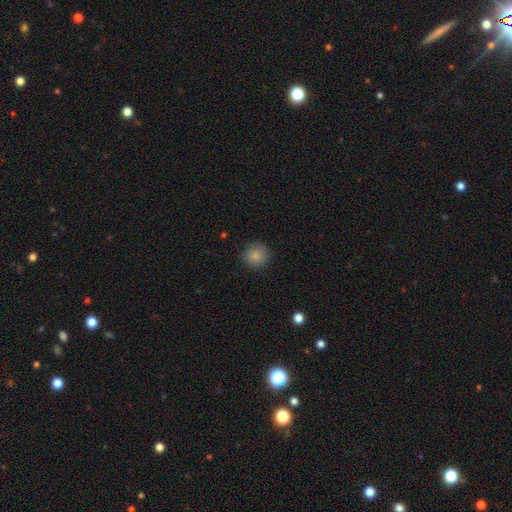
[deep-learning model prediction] smooth 86%, star or artifact 10%, featured or disk 4%. Down the decision tree: how rounded — round (93%); merging — none (90%).